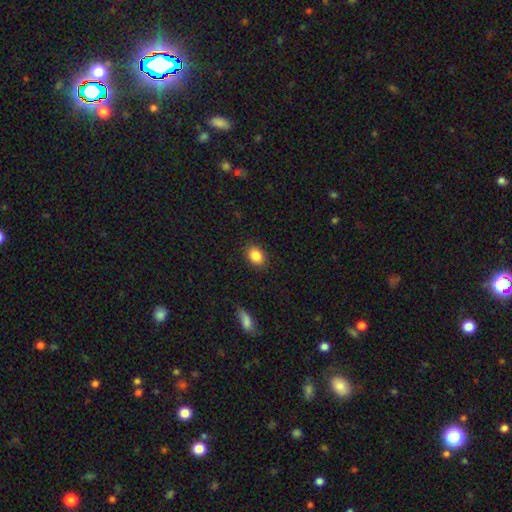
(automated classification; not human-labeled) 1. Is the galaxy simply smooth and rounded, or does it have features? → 86% smooth, 8% star or artifact, 6% featured or disk.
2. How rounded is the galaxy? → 65% in between, 34% round, 1% cigar-shaped.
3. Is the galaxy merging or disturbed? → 87% none, 9% minor disturbance, 2% major disturbance, 1% merger.